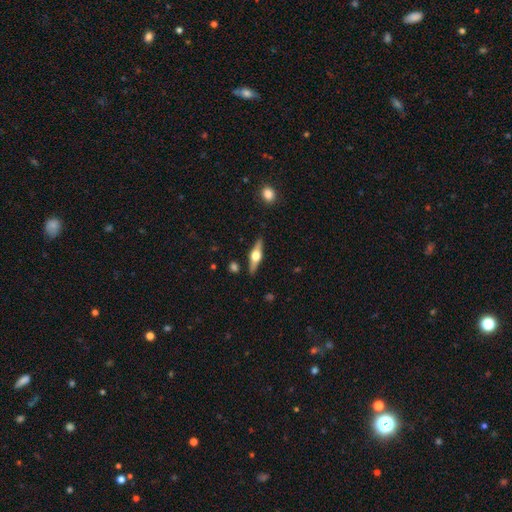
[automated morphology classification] Smooth or featured? featured or disk (69%)
Edge-on disk? yes (96%)
Edge-on bulge? rounded (95%)
Merging? none (88%)